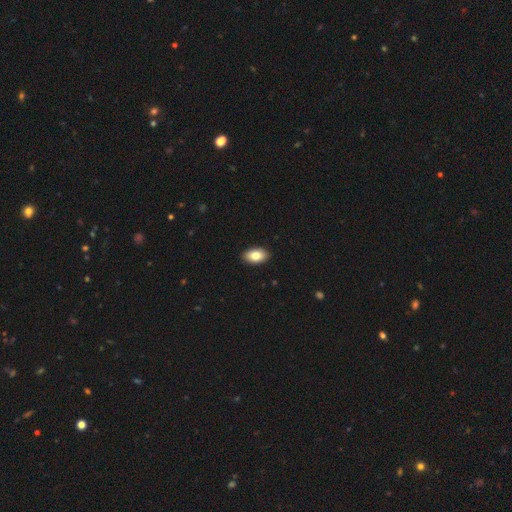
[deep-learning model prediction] Smooth or featured?
  - smooth: 83% *
  - featured or disk: 10%
  - star or artifact: 7%
How rounded?
  - in between: 93% *
  - round: 6%
  - cigar-shaped: 2%
Merging?
  - none: 91% *
  - minor disturbance: 7%
  - major disturbance: 2%
  - merger: 1%